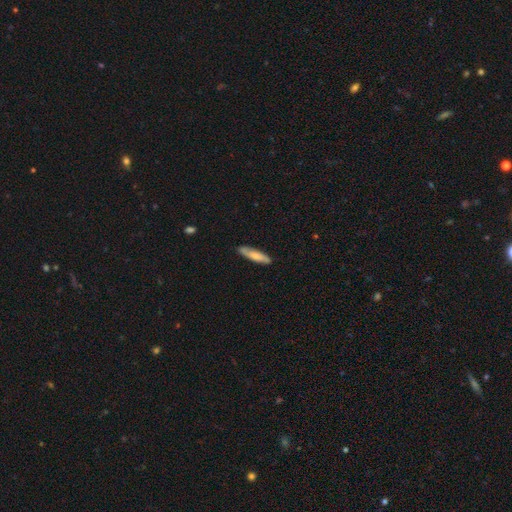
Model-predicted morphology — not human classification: Smooth or featured?
  - smooth: 68% *
  - featured or disk: 27%
  - star or artifact: 5%
How rounded?
  - cigar-shaped: 75% *
  - in between: 24%
  - round: 2%
Merging?
  - none: 85% *
  - minor disturbance: 12%
  - major disturbance: 2%
  - merger: 1%